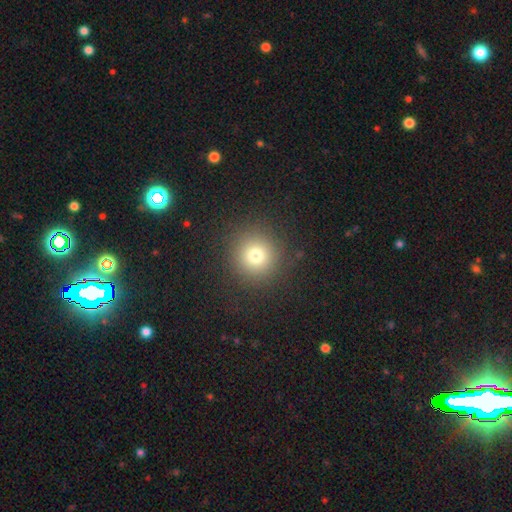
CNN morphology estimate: Smooth or featured?
  - smooth: 74% *
  - star or artifact: 17%
  - featured or disk: 9%
How rounded?
  - round: 94% *
  - in between: 5%
  - cigar-shaped: 1%
Merging?
  - none: 89% *
  - minor disturbance: 6%
  - major disturbance: 3%
  - merger: 1%